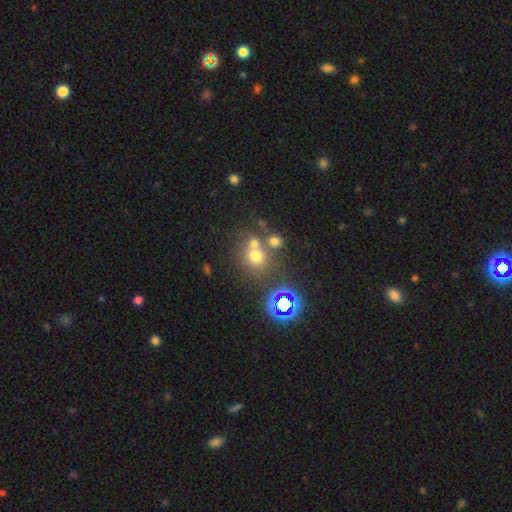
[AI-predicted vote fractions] A smooth galaxy with no disk features (62%) that is round (79%). Merging: none (51%).